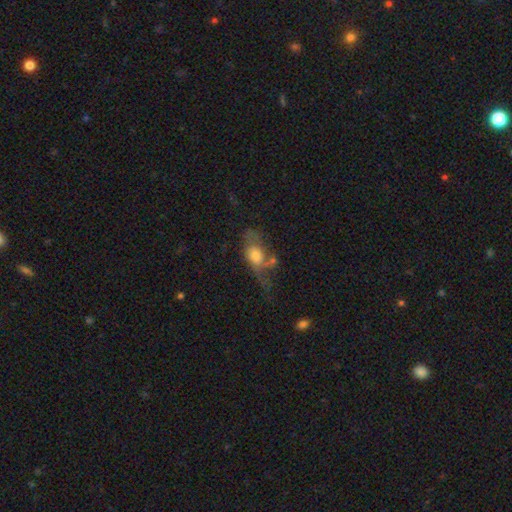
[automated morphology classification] type=featured or disk (45%, tied with smooth); merging=major disturbance (35%).